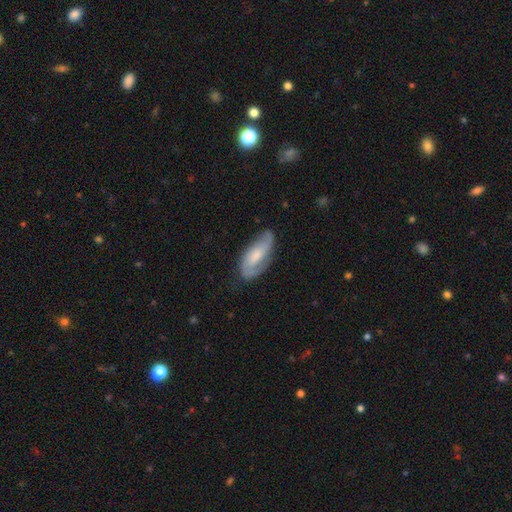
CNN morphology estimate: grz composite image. It shows a featured or disk galaxy (68%) with no bar (47%), 2 (78%) medium (46%) spiral arms (91%) and a moderate central bulge (40%). Merging: none (69%).